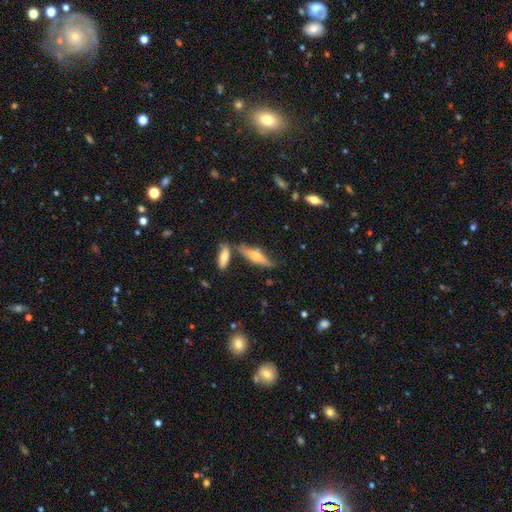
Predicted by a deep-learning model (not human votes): Smooth or featured: featured or disk — 48% (smooth — 44%)
Merging: none — 65% (minor disturbance — 17%)